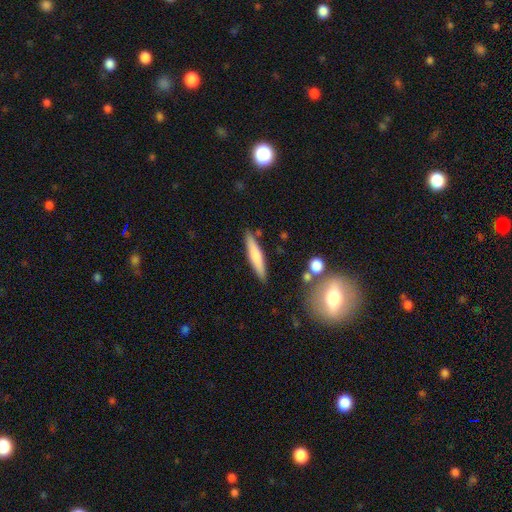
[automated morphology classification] A smooth galaxy with no disk features (66%) that is cigar-shaped (87%).

Vote fractions:
- Smooth or featured? smooth: 66% / featured or disk: 28% / star or artifact: 6%
- How rounded? cigar-shaped: 87% / in between: 12% / round: 2%
- Merging? none: 85% / minor disturbance: 10% / merger: 3% / major disturbance: 2%